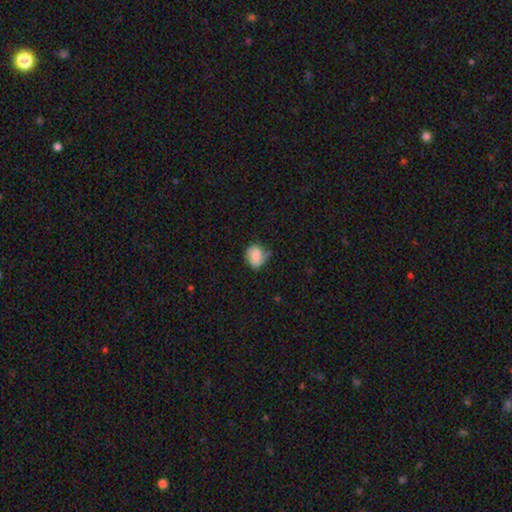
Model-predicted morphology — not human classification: type=smooth (66%); roundness=round (55%); merging=none (51%).